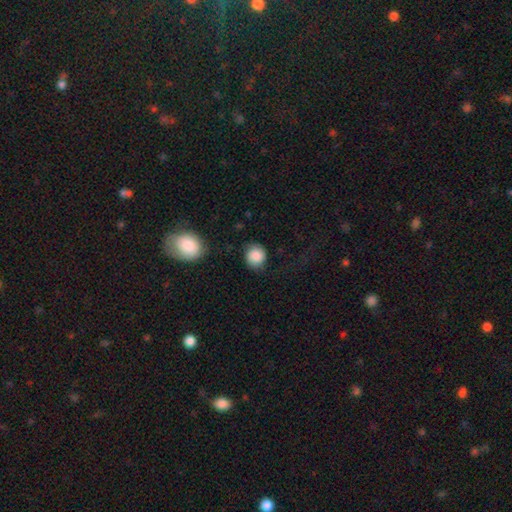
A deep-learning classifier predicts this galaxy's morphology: This appears to be a smooth galaxy with no disk features (86%) that is round (85%). Merging: none (80%).